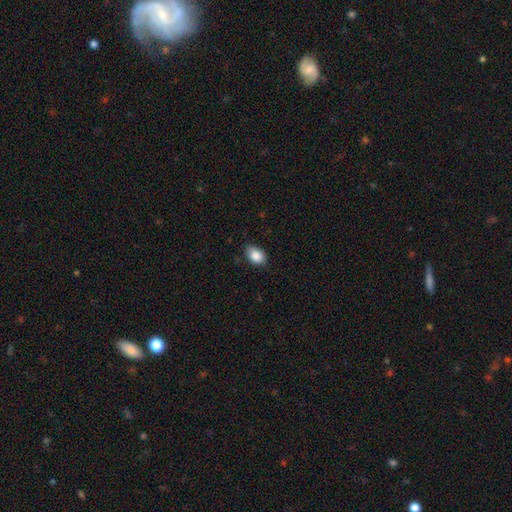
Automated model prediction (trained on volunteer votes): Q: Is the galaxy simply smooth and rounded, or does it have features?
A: smooth — 87%.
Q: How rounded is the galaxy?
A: in between — 84%.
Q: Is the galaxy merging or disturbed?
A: none — 79%.